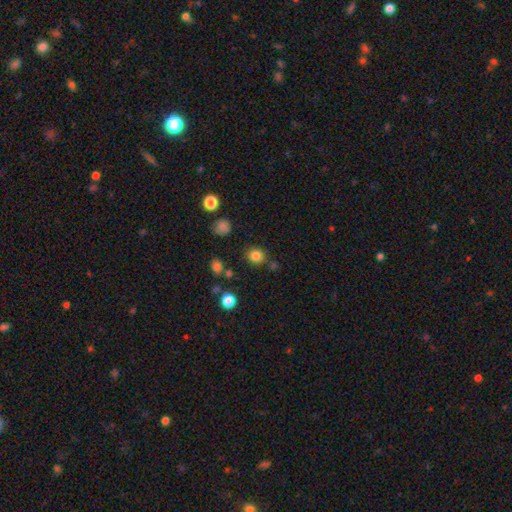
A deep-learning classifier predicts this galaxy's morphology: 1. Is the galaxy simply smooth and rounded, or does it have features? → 82% smooth, 13% star or artifact, 5% featured or disk.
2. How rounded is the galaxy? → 83% round, 16% in between, 1% cigar-shaped.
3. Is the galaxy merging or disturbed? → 81% none, 10% minor disturbance, 6% merger, 3% major disturbance.